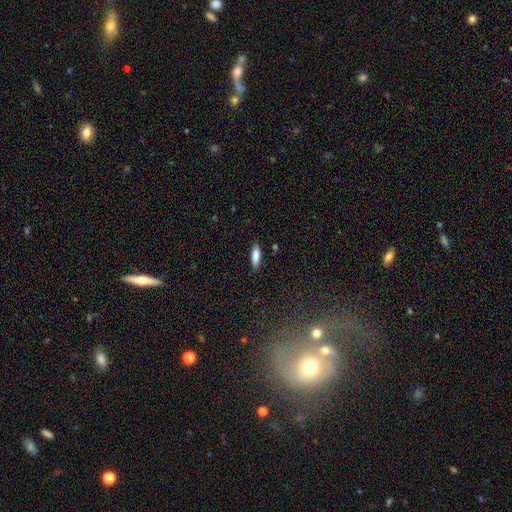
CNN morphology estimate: Smooth or featured?
  - smooth: 81% *
  - featured or disk: 11%
  - star or artifact: 7%
How rounded?
  - cigar-shaped: 53% *
  - in between: 46%
  - round: 2%
Merging?
  - none: 86% *
  - minor disturbance: 10%
  - major disturbance: 2%
  - merger: 1%